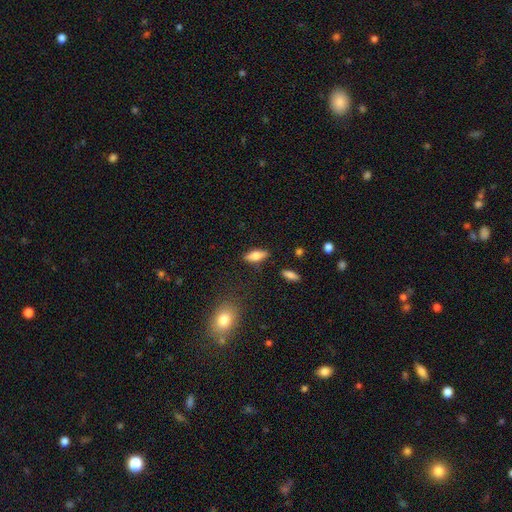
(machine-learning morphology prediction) Q: Smooth or featured?
A: smooth (68%); runner-up: featured or disk (25%)
Q: How rounded?
A: in between (72%); runner-up: cigar-shaped (24%)
Q: Merging?
A: none (84%); runner-up: minor disturbance (11%)